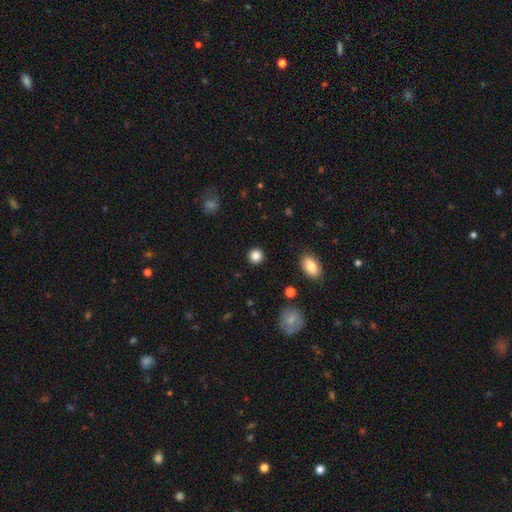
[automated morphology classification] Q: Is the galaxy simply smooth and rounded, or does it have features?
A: smooth — 85%.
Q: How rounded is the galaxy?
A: round — 92%.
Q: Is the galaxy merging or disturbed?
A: none — 91%.